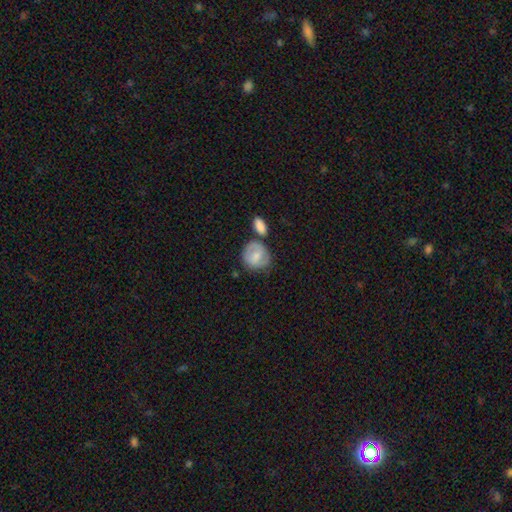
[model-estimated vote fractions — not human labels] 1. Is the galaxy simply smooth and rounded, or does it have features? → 58% smooth, 35% featured or disk, 6% star or artifact.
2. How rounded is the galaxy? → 73% round, 26% in between, 1% cigar-shaped.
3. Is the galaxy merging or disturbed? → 54% none, 21% minor disturbance, 18% merger, 8% major disturbance.